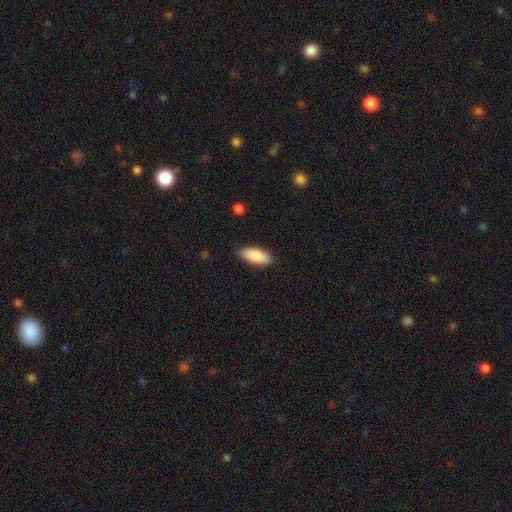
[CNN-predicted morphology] Overall: smooth (89%). How rounded: in between (82%). Merging: none (86%).